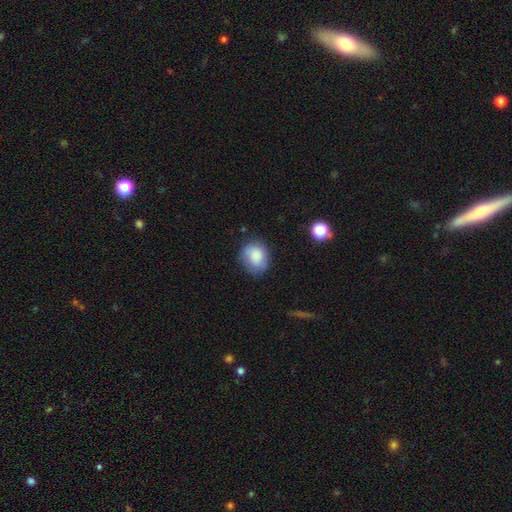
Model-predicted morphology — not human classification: This appears to be a smooth galaxy with no disk features (85%) that is round (65%). Merging: none (72%).